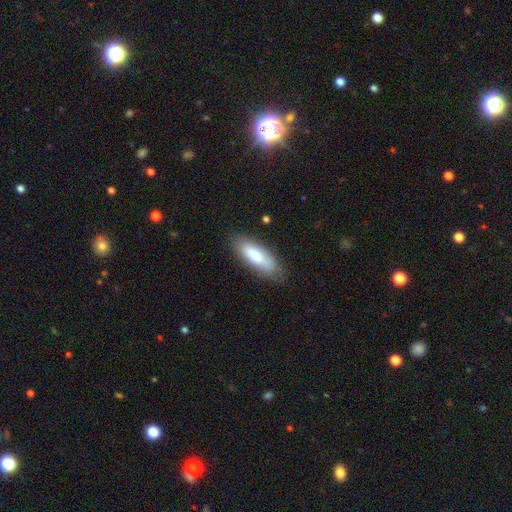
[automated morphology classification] Q: Smooth or featured?
A: smooth (76%); runner-up: featured or disk (17%)
Q: How rounded?
A: in between (60%); runner-up: cigar-shaped (38%)
Q: Merging?
A: none (79%); runner-up: minor disturbance (16%)